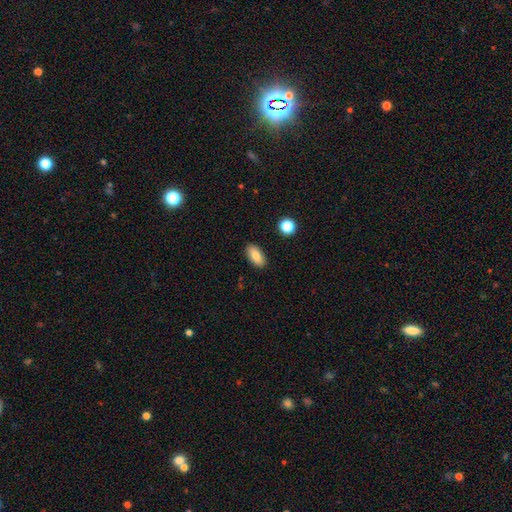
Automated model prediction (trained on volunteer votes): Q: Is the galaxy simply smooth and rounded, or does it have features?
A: smooth — 83%.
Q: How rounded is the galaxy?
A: in between — 89%.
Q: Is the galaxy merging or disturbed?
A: none — 89%.